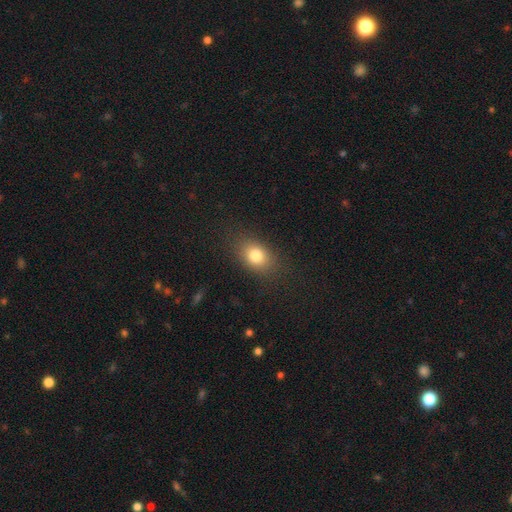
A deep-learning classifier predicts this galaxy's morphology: Smooth or featured: smooth — 79% (star or artifact — 11%)
How rounded: in between — 67% (round — 32%)
Merging: none — 83% (minor disturbance — 11%)